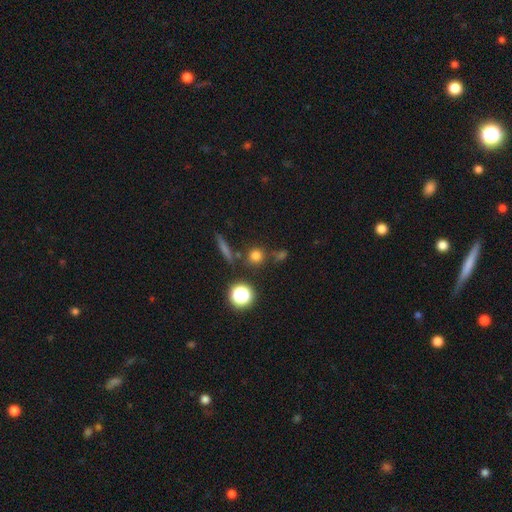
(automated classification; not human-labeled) Smooth or featured? smooth (73%)
How rounded? round (88%)
Merging? none (75%)